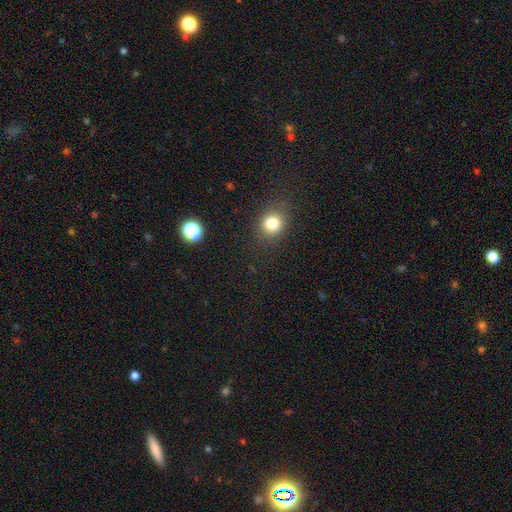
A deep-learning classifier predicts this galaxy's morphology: This is possibly a smooth galaxy (60%). How rounded: likely round (73%). Merging: clearly none (86%).